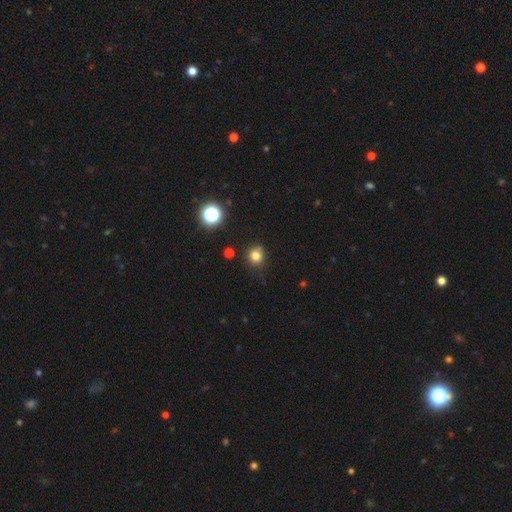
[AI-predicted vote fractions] smooth 79%, star or artifact 15%, featured or disk 6%. Down the decision tree: how rounded — round (84%); merging — none (76%).